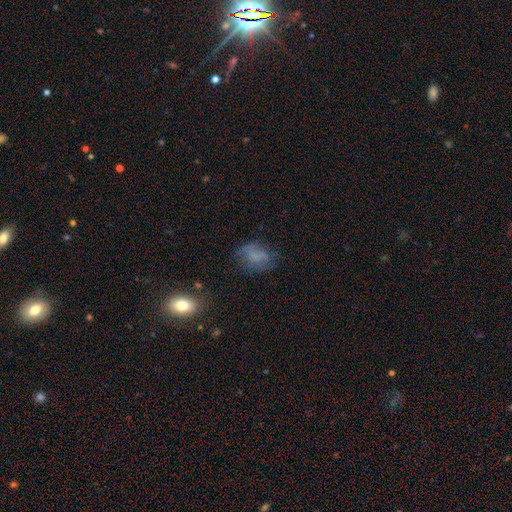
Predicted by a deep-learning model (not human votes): This appears to be a smooth galaxy with no disk features (60%) that is in between round and cigar-shaped (72%). Merging: none (52%).